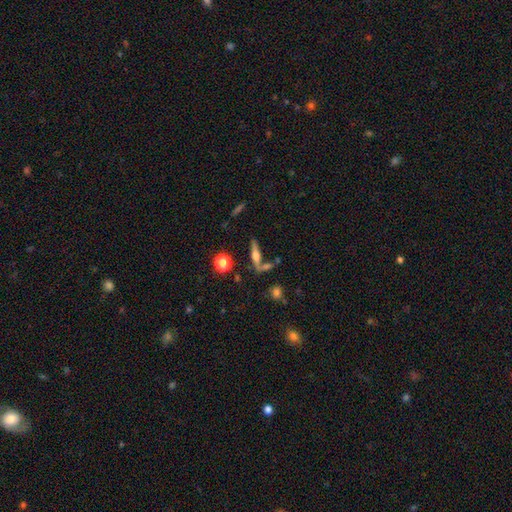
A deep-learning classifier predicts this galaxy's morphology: smooth-or-featured: featured or disk: 56% | smooth: 33% | star or artifact: 11%
  disk-edge-on: yes: 89% | no: 11%
    edge-on-bulge: rounded: 87% | boxy: 7% | none: 6%
  merging: none: 63% | merger: 17% | minor disturbance: 13% | major disturbance: 7%